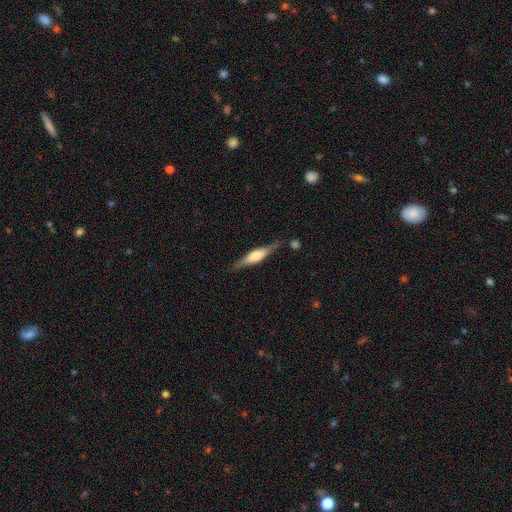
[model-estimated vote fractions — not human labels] Smooth or featured? featured or disk (60%)
Edge-on disk? yes (95%)
Edge-on bulge? rounded (66%)
Merging? none (81%)